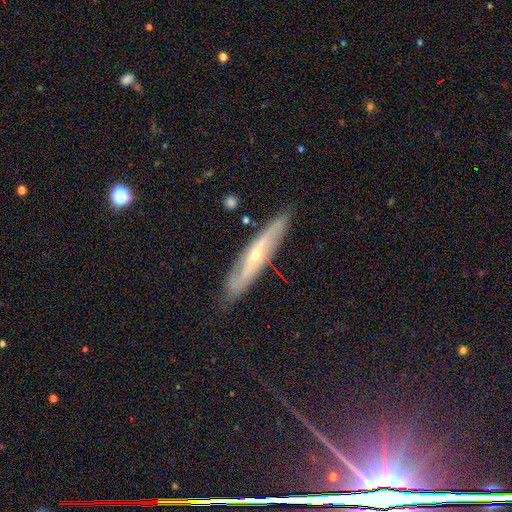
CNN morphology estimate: Overall: featured or disk (73%). Edge-on disk: yes (58%; no 42%). Merging: none (84%).